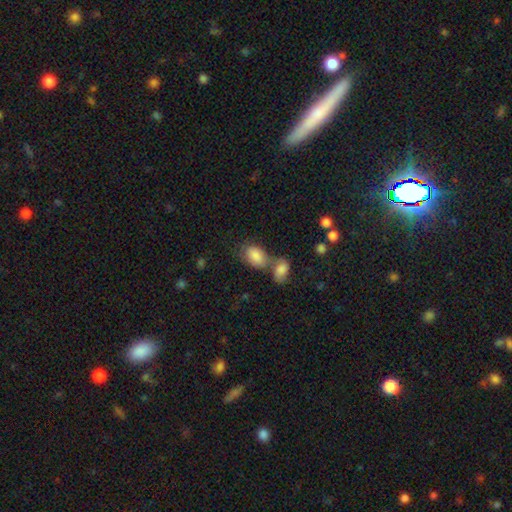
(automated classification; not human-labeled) smooth 83%, featured or disk 10%, star or artifact 7%. Down the decision tree: how rounded — in between (89%); merging — merger (50%).